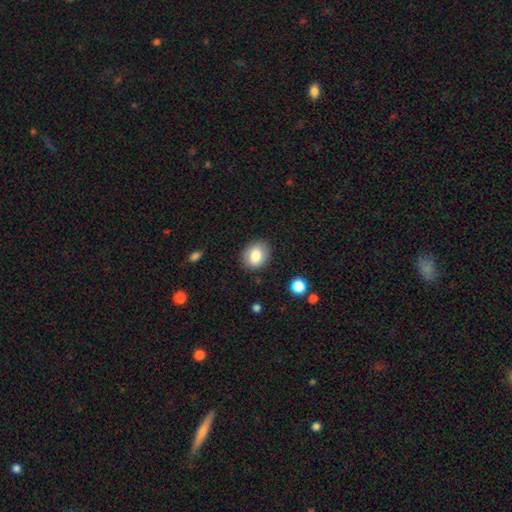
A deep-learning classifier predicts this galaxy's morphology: Smooth or featured?
  - smooth: 81% *
  - featured or disk: 10%
  - star or artifact: 8%
How rounded?
  - in between: 54% *
  - round: 45%
  - cigar-shaped: 1%
Merging?
  - none: 84% *
  - minor disturbance: 12%
  - major disturbance: 3%
  - merger: 1%